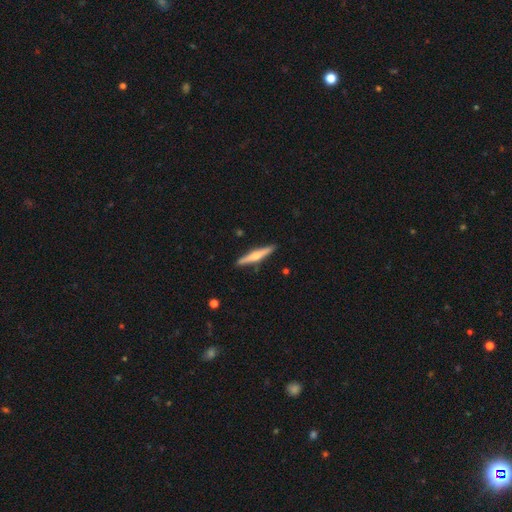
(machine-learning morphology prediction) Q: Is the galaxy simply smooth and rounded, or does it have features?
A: featured or disk — 64%.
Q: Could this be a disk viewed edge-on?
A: yes — 97%.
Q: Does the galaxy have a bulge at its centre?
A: rounded — 89%.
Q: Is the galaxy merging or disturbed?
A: none — 90%.